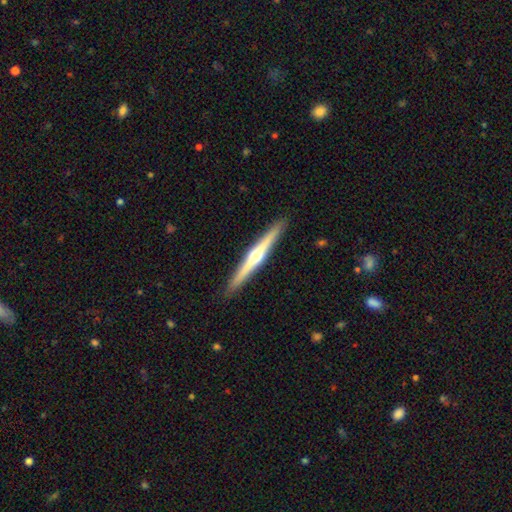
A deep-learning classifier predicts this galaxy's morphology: A featured or disk galaxy (73%) viewed edge-on (98%) with a rounded central bulge (91%).

Vote fractions:
- Smooth or featured? featured or disk: 73% / smooth: 22% / star or artifact: 5%
- Edge-on disk? yes: 98% / no: 2%
- Edge-on bulge? rounded: 91% / none: 6% / boxy: 3%
- Merging? none: 92% / minor disturbance: 6% / major disturbance: 1% / merger: 1%